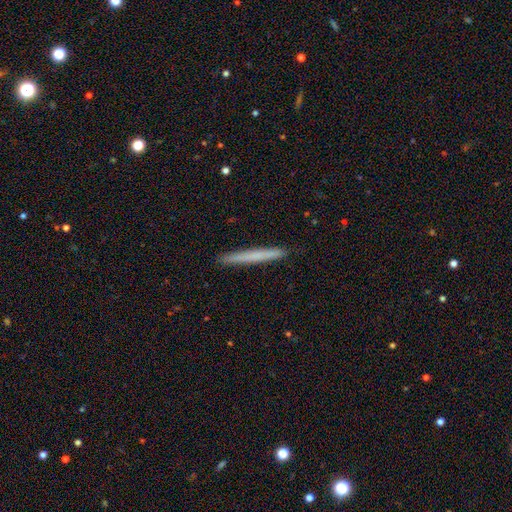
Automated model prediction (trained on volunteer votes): The model was most divided on "smooth or featured": smooth: 62%, featured or disk: 32%, star or artifact: 6%. More confident: how rounded — cigar-shaped (97%); merging — none (93%).